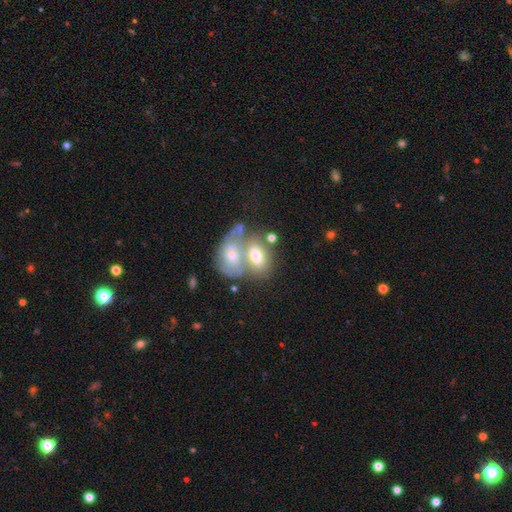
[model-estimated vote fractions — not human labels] smooth_or_featured: smooth (p=0.57) [alt: featured or disk p=0.34]
how_rounded: in between (p=0.82) [alt: round p=0.15]
merging: merger (p=0.61) [alt: none p=0.20]